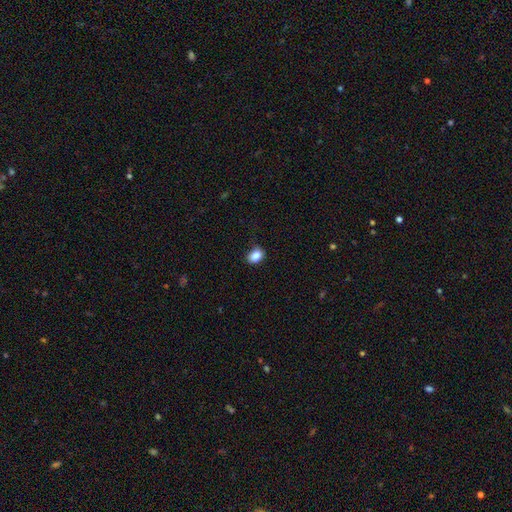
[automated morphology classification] Smooth or featured? smooth (86%)
How rounded? in between (72%)
Merging? none (75%)